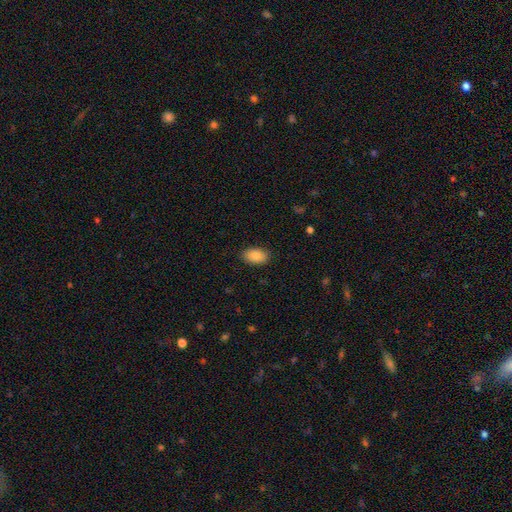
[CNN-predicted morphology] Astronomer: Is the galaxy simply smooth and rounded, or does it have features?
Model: smooth — 87%.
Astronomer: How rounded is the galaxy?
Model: in between — 92%.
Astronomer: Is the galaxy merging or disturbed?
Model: none — 87%.